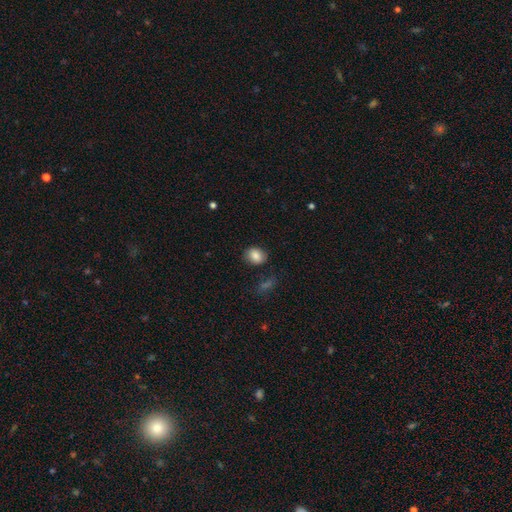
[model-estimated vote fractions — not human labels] Smooth or featured?
  - smooth: 85% *
  - star or artifact: 9%
  - featured or disk: 6%
How rounded?
  - in between: 54% *
  - round: 45%
  - cigar-shaped: 1%
Merging?
  - none: 79% *
  - minor disturbance: 14%
  - major disturbance: 4%
  - merger: 3%